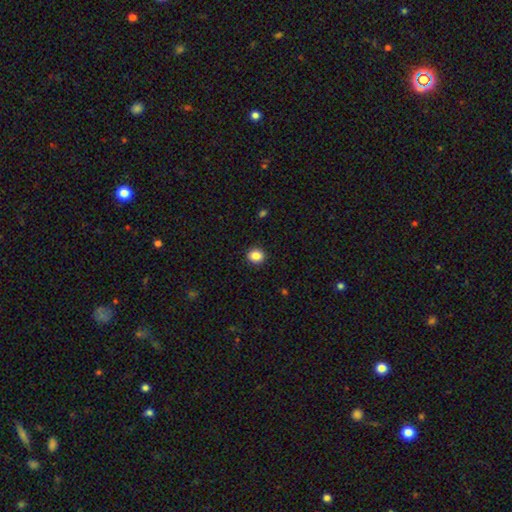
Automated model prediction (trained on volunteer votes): Overall: smooth (86%). How rounded: round (71%). Merging: none (92%).